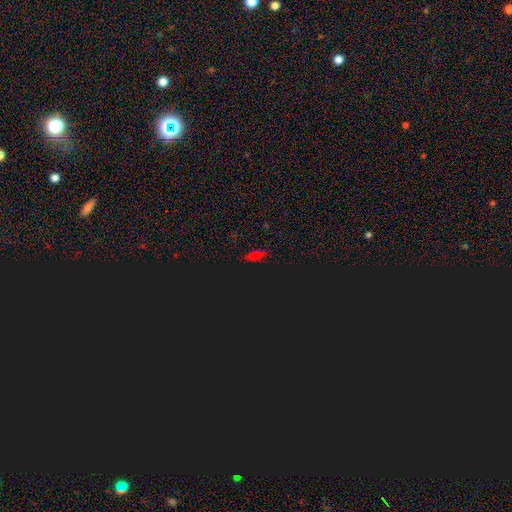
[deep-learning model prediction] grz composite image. It shows a smooth galaxy with no disk features (48%). Merging: none (83%).